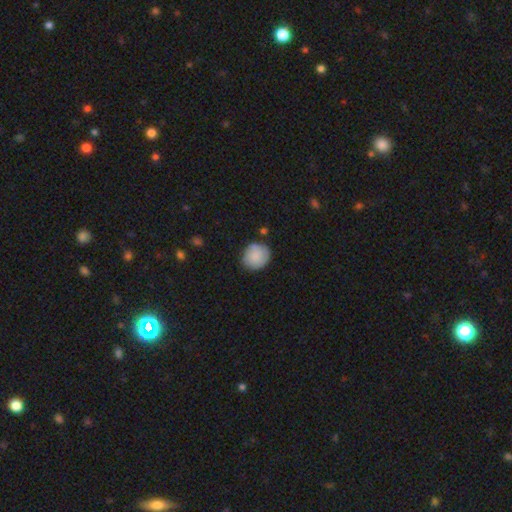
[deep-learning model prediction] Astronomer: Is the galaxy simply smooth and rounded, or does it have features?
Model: smooth — 83%.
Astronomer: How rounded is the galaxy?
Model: round — 81%.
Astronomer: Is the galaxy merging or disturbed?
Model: none — 76%.